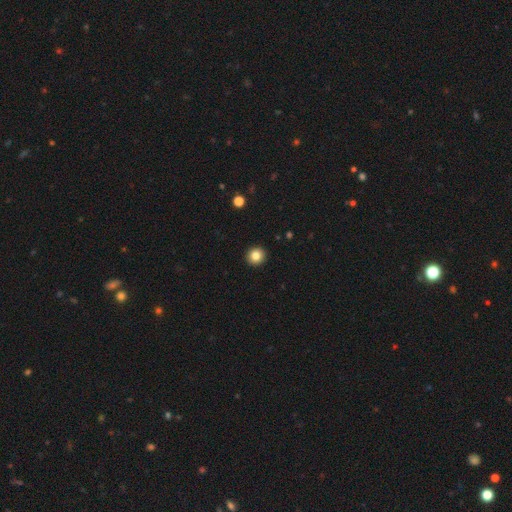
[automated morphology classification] Smooth or featured?
  - smooth: 83% *
  - star or artifact: 10%
  - featured or disk: 7%
How rounded?
  - round: 92% *
  - in between: 7%
  - cigar-shaped: 1%
Merging?
  - none: 93% *
  - minor disturbance: 4%
  - major disturbance: 1%
  - merger: 1%